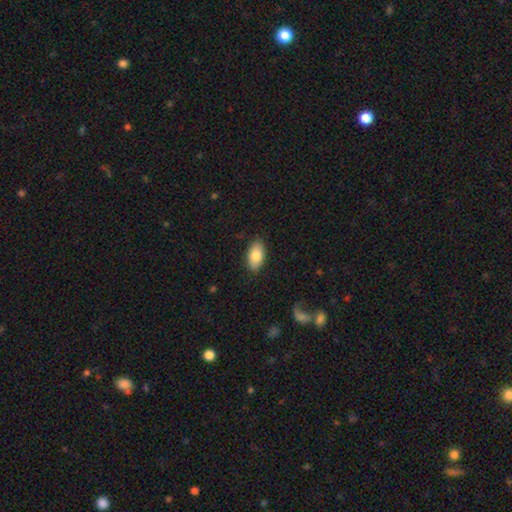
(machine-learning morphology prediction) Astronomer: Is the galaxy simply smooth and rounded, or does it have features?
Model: smooth — 83%.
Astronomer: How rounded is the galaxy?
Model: in between — 93%.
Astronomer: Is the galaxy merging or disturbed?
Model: none — 87%.